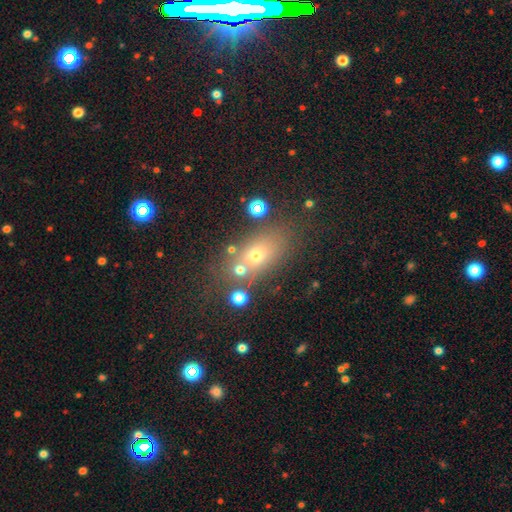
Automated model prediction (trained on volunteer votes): smooth-or-featured: smooth: 59% | star or artifact: 21% | featured or disk: 20%
  how-rounded: in between: 66% | round: 27% | cigar-shaped: 7%
  merging: none: 65% | merger: 14% | minor disturbance: 13% | major disturbance: 7%